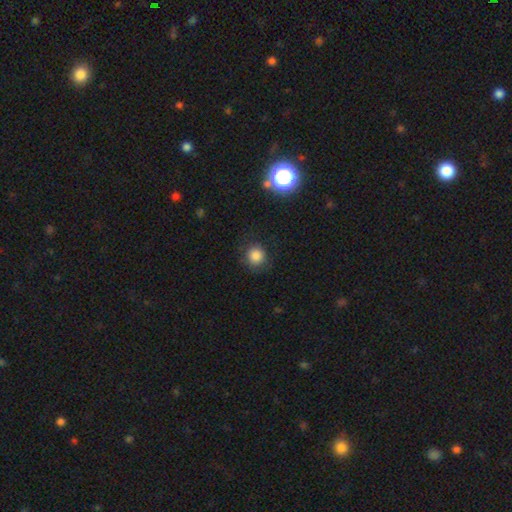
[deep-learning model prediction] The model was most divided on "smooth or featured": smooth: 82%, star or artifact: 12%, featured or disk: 5%. More confident: how rounded — round (90%); merging — none (83%).